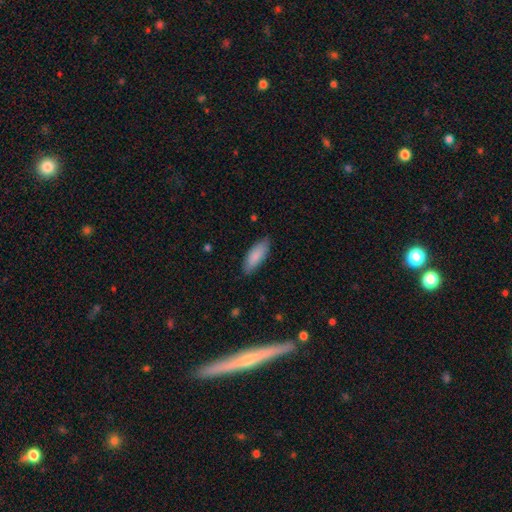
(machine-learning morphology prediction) A smooth galaxy with no disk features (86%) that is in between round and cigar-shaped (68%). Merging: none (85%).